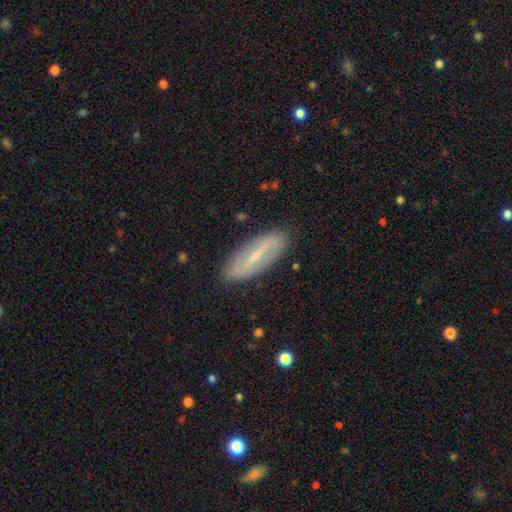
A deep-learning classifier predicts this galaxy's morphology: A featured or disk galaxy (56%). Merging: none (87%).